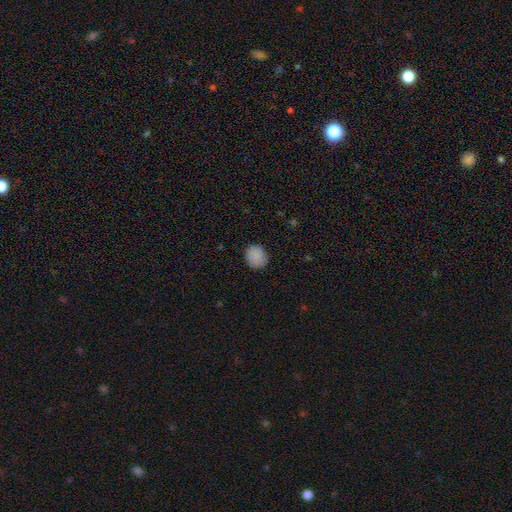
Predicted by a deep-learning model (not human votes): Smooth or featured? Predicted: smooth (p=0.88). How rounded? Predicted: round (p=0.76). Merging? Predicted: none (p=0.87).